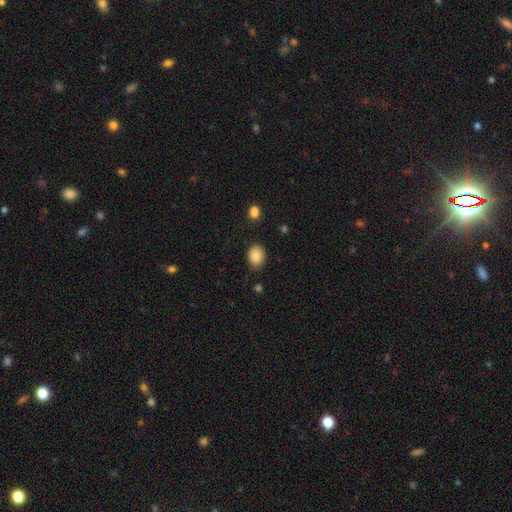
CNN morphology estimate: Smooth or featured? smooth (87%)
How rounded? in between (60%)
Merging? none (81%)